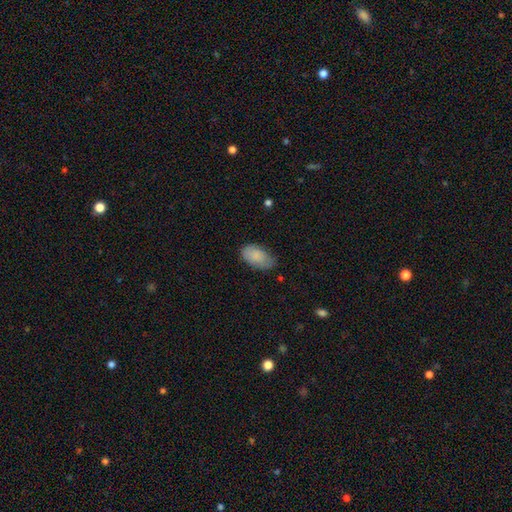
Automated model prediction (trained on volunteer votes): Q: Smooth or featured?
A: smooth (84%); runner-up: featured or disk (9%)
Q: How rounded?
A: in between (94%); runner-up: round (4%)
Q: Merging?
A: none (57%); runner-up: minor disturbance (34%)